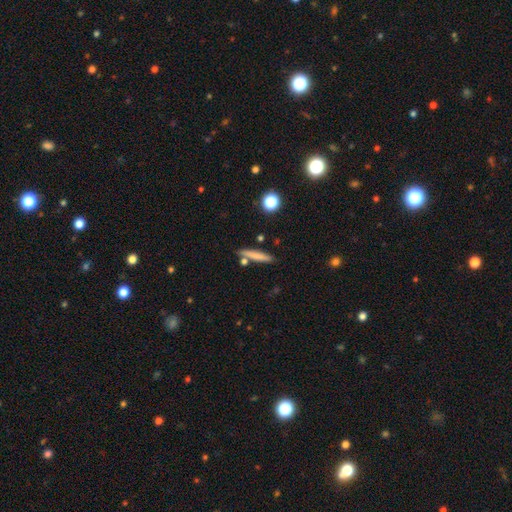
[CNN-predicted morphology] The model was most divided on "smooth or featured": smooth: 72%, featured or disk: 20%, star or artifact: 8%. More confident: how rounded — cigar-shaped (89%); merging — none (77%).